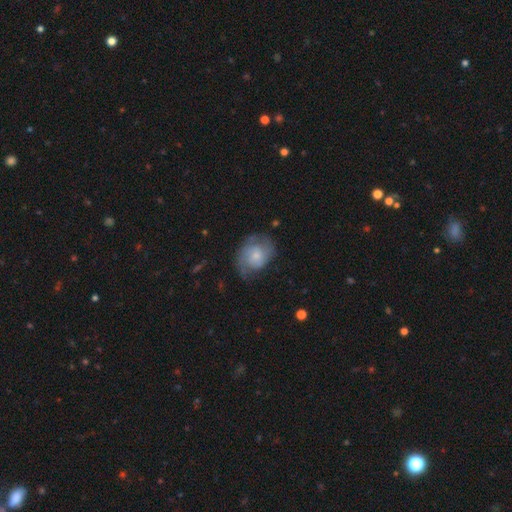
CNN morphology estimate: smooth-or-featured: featured or disk: 54% | smooth: 40% | star or artifact: 7%
  disk-edge-on: no: 97% | yes: 3%
    bar: no: 74% | weak: 23% | strong: 3%
    has-spiral-arms: yes: 84% | no: 16%
    bulge-size: small: 56% | moderate: 30% | none: 7% | large: 5% | dominant: 2%
  merging: none: 57% | minor disturbance: 27% | major disturbance: 15% | merger: 2%